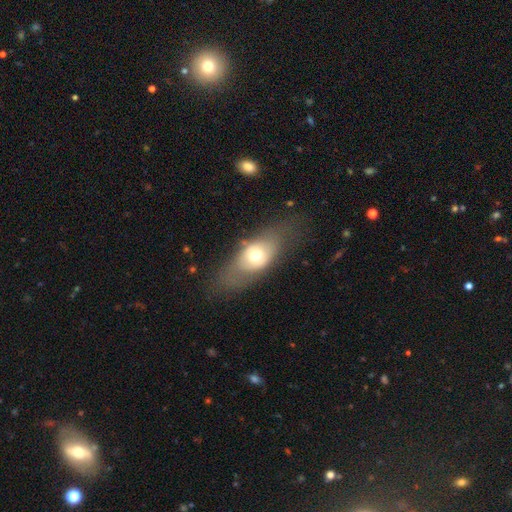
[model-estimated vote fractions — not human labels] smooth-or-featured: smooth: 54% | featured or disk: 37% | star or artifact: 9%
  how-rounded: in between: 78% | round: 15% | cigar-shaped: 7%
  merging: none: 62% | minor disturbance: 20% | major disturbance: 16% | merger: 2%